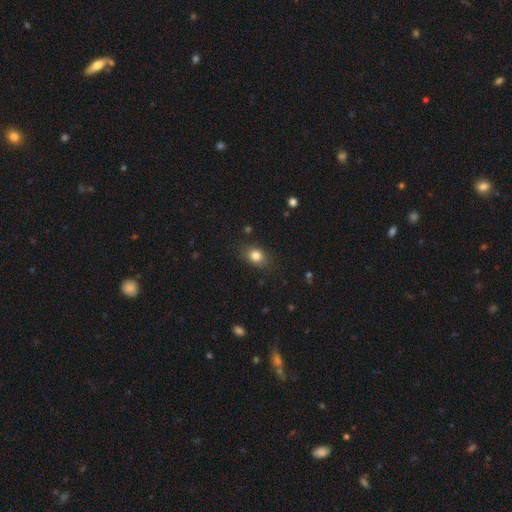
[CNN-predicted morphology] Q: Smooth or featured?
A: smooth (81%); runner-up: star or artifact (11%)
Q: How rounded?
A: in between (54%); runner-up: round (44%)
Q: Merging?
A: none (83%); runner-up: minor disturbance (13%)